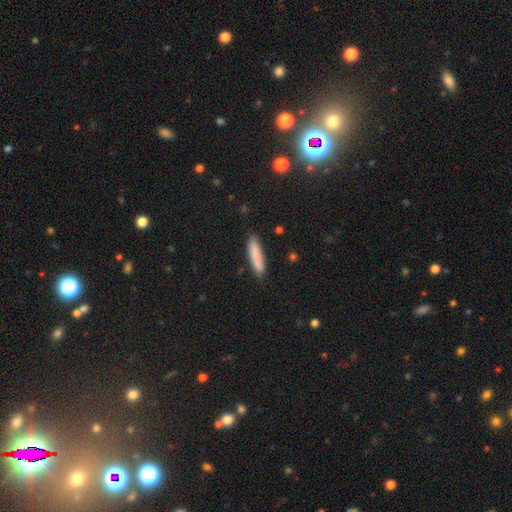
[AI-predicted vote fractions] A smooth galaxy with no disk features (83%) that is cigar-shaped (80%).

Vote fractions:
- Smooth or featured? smooth: 83% / featured or disk: 10% / star or artifact: 7%
- How rounded? cigar-shaped: 80% / in between: 18% / round: 1%
- Merging? none: 83% / minor disturbance: 13% / major disturbance: 2% / merger: 2%